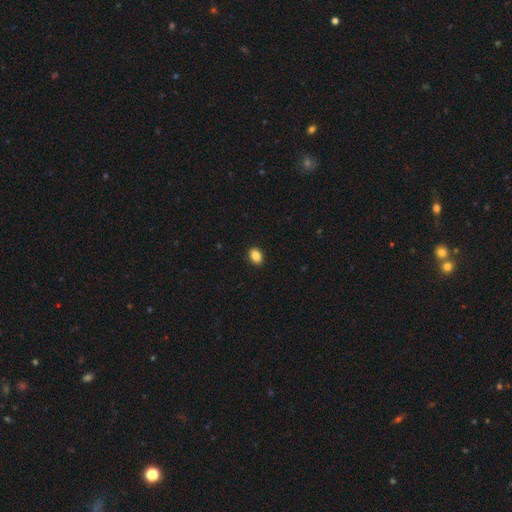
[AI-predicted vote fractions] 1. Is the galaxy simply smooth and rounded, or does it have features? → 87% smooth, 9% star or artifact, 4% featured or disk.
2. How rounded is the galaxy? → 70% in between, 29% round, 1% cigar-shaped.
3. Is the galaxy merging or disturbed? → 92% none, 6% minor disturbance, 2% major disturbance, 1% merger.